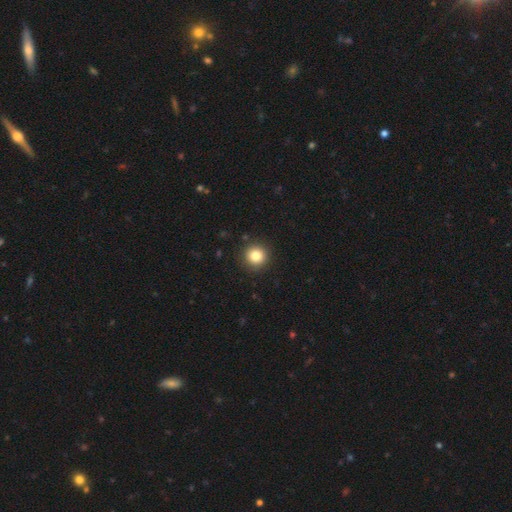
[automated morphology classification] Q: Smooth or featured?
A: smooth (84%); runner-up: star or artifact (11%)
Q: How rounded?
A: round (94%); runner-up: in between (5%)
Q: Merging?
A: none (91%); runner-up: minor disturbance (6%)